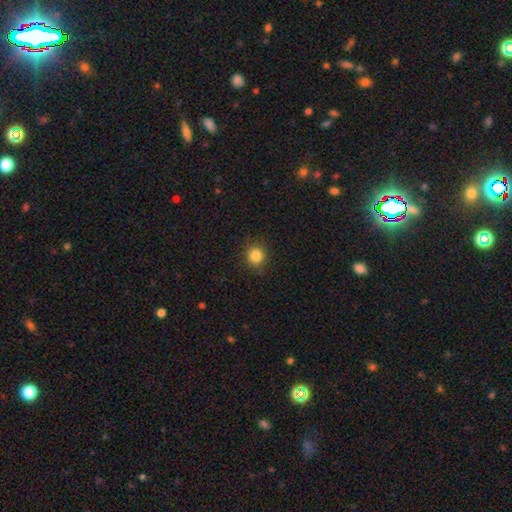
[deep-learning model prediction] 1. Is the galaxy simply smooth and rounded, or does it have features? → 84% smooth, 11% star or artifact, 4% featured or disk.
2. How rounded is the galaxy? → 92% round, 7% in between, 1% cigar-shaped.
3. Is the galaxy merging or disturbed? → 89% none, 7% minor disturbance, 2% major disturbance, 1% merger.